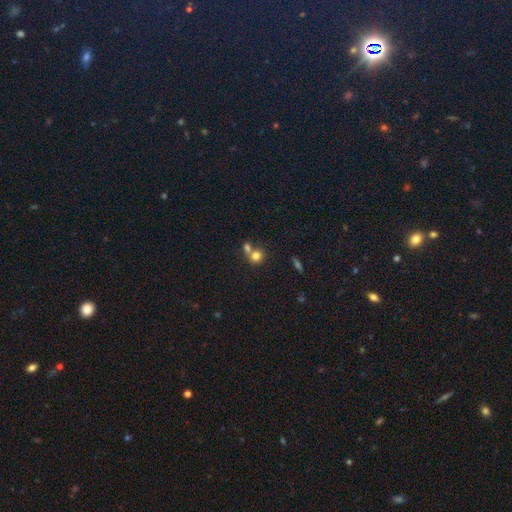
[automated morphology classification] This appears to be a smooth galaxy with no disk features (77%) that is round (82%). Merging: merger (48%).